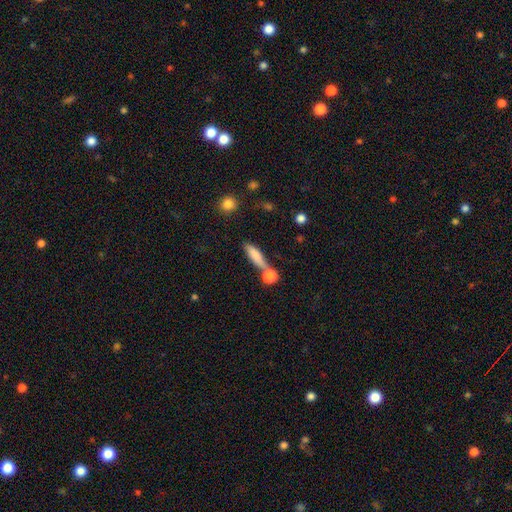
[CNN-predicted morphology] Smooth or featured? smooth (77%)
How rounded? cigar-shaped (64%)
Merging? none (54%)